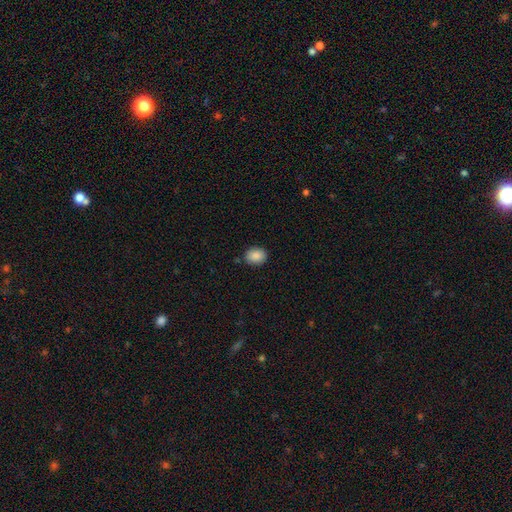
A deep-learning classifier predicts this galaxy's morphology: Smooth or featured: smooth — 89% (star or artifact — 8%)
How rounded: in between — 53% (round — 46%)
Merging: none — 84% (minor disturbance — 11%)